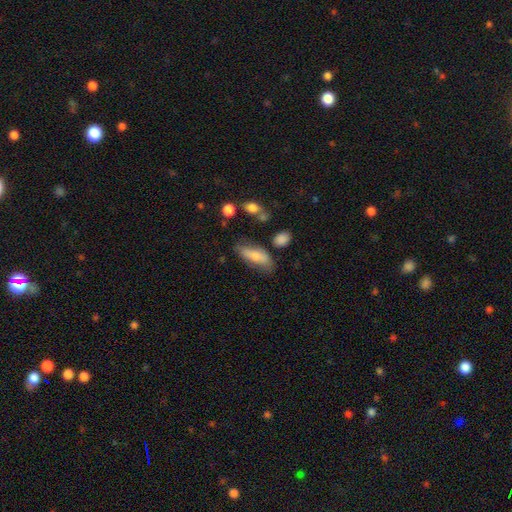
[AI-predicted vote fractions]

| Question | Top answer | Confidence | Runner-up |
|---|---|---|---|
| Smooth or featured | smooth | 74% | featured or disk (19%) |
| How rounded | in between | 66% | cigar-shaped (31%) |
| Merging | none | 55% | minor disturbance (28%) |